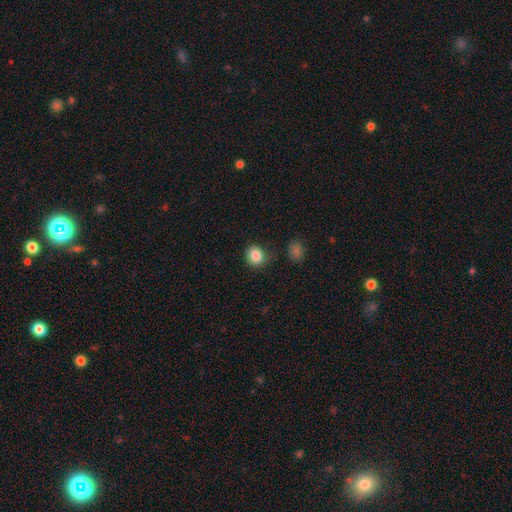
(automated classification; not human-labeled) A smooth galaxy with no disk features (85%) that is round (81%).

Vote fractions:
- Smooth or featured? smooth: 85% / star or artifact: 10% / featured or disk: 5%
- How rounded? round: 81% / in between: 18% / cigar-shaped: 1%
- Merging? none: 81% / minor disturbance: 13% / major disturbance: 3% / merger: 3%